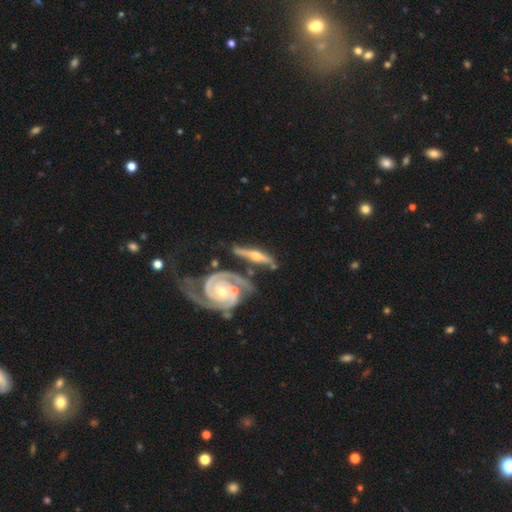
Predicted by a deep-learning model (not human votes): Q: Smooth or featured?
A: featured or disk (82%); runner-up: smooth (13%)
Q: Edge-on disk?
A: yes (53%); runner-up: no (47%)
Q: Merging?
A: none (52%); runner-up: merger (21%)